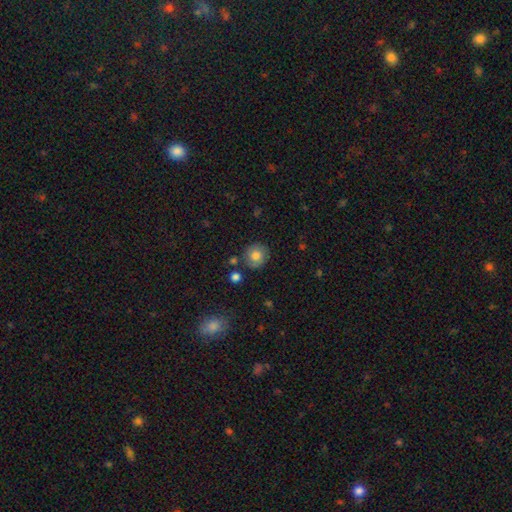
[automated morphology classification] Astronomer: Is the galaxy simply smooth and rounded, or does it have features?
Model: smooth — 79%.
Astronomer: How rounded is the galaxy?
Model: round — 89%.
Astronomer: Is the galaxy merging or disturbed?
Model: none — 84%.